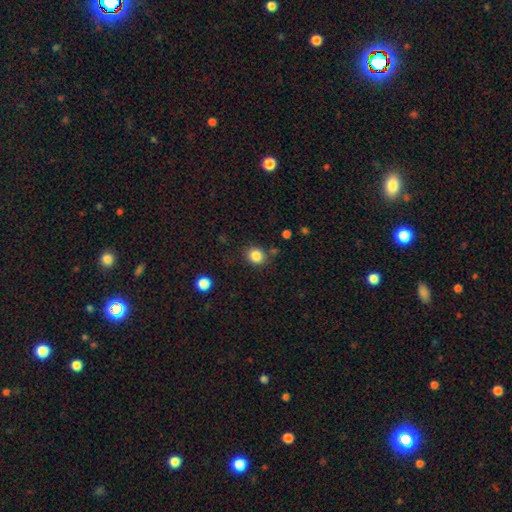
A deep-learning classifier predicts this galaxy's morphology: Smooth or featured? smooth (85%)
How rounded? round (78%)
Merging? none (81%)